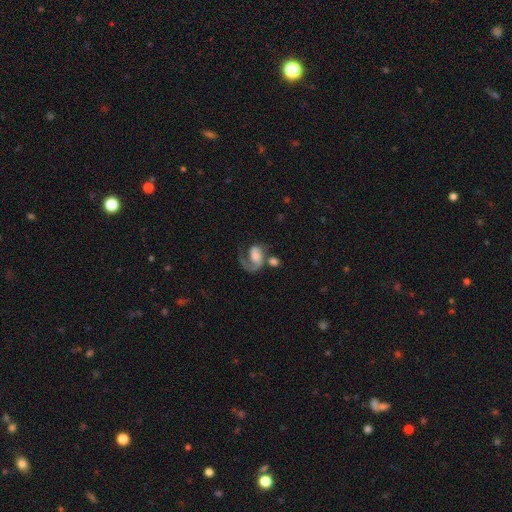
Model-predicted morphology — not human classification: featured or disk 72%, smooth 21%, star or artifact 7%. Down the decision tree: edge-on disk — no (98%); bar — no (57%); spiral arms — yes (91%); spiral arm count — 1 (73%); spiral winding — medium (40%); bulge size — moderate (29%); merging — major disturbance (32%, tied with none).